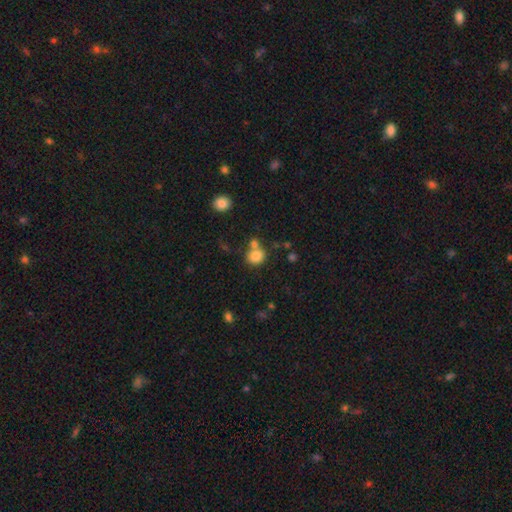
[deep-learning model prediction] Overall: smooth (82%). How rounded: round (71%). Merging: none (54%; merger 30%).